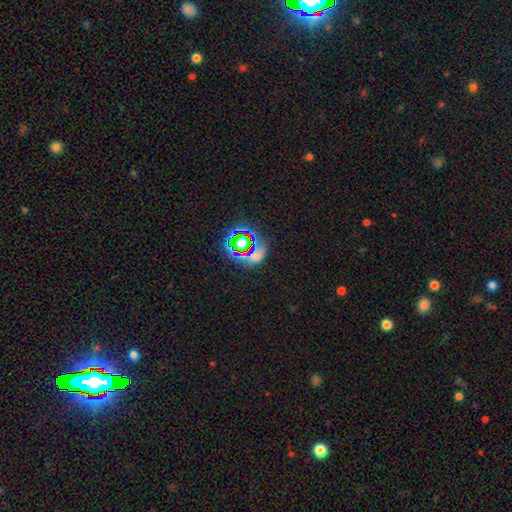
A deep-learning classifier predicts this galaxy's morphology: A star or artifact, not a galaxy (49%).